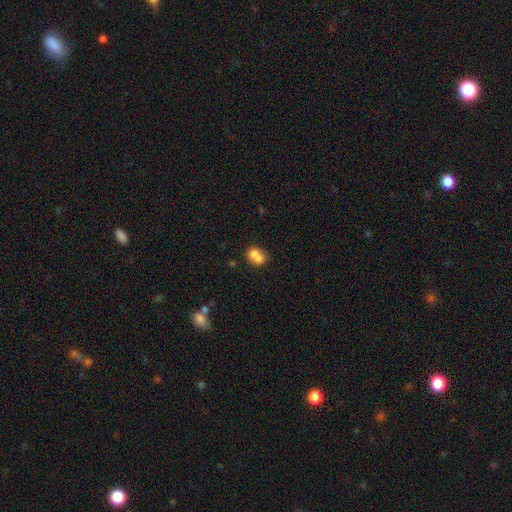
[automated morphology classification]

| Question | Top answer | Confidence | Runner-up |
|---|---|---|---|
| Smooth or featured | smooth | 72% | featured or disk (18%) |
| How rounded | round | 50% | in between (49%) |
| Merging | merger | 62% | none (26%) |